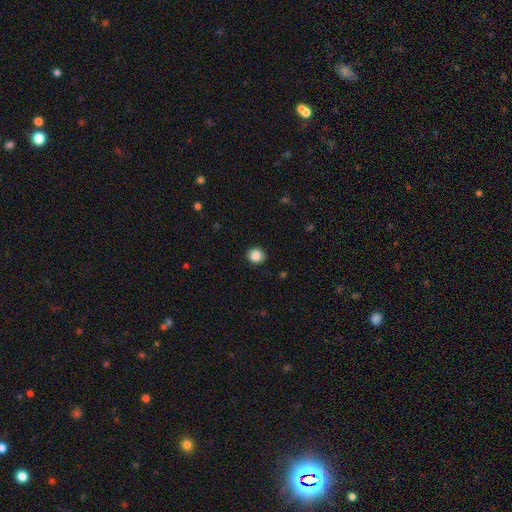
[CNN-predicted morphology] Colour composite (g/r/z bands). It shows a smooth galaxy with no disk features (86%) that is round (83%). Merging: none (90%).